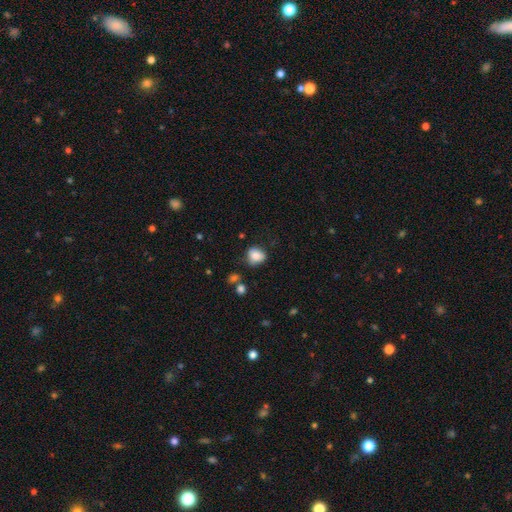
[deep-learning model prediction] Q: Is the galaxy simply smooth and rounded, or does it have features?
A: smooth — 82%.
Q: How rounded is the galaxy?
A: round — 69%.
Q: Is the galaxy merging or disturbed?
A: none — 65%.